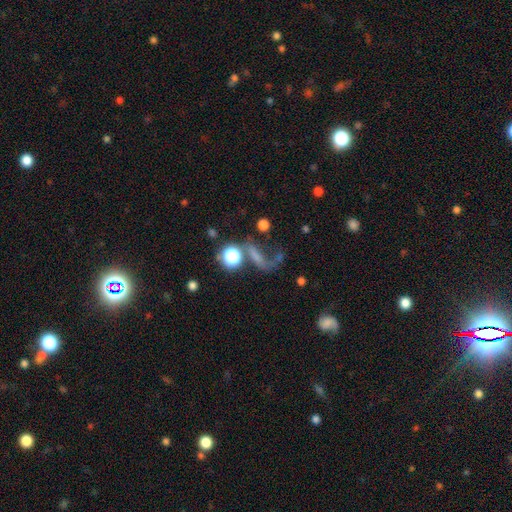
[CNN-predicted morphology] This is possibly a smooth galaxy (45%). Merging: marginally none (36%).